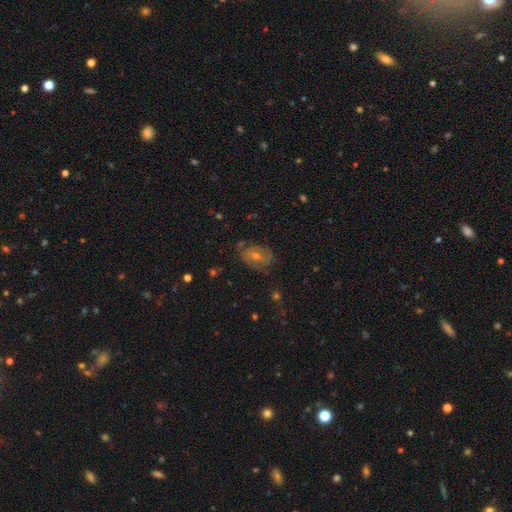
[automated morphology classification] type=featured or disk (61%); edge-on=no (96%); bar=no (51%); spiral arms=yes (80%); bulge=moderate (48%); merging=none (75%).